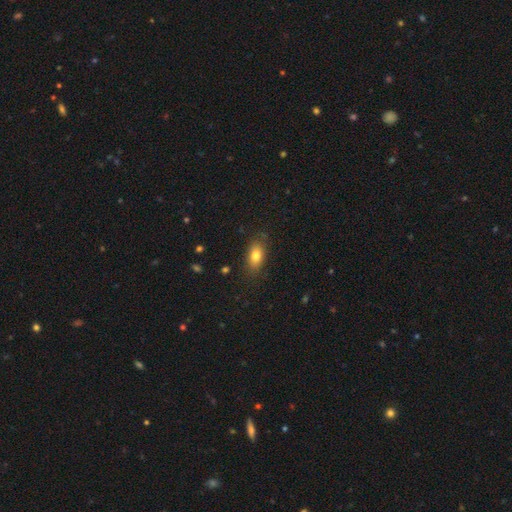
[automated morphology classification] The model was most divided on "merging": none: 82%, minor disturbance: 13%, major disturbance: 4%, merger: 1%. More confident: how rounded — in between (86%); smooth or featured — smooth (81%).